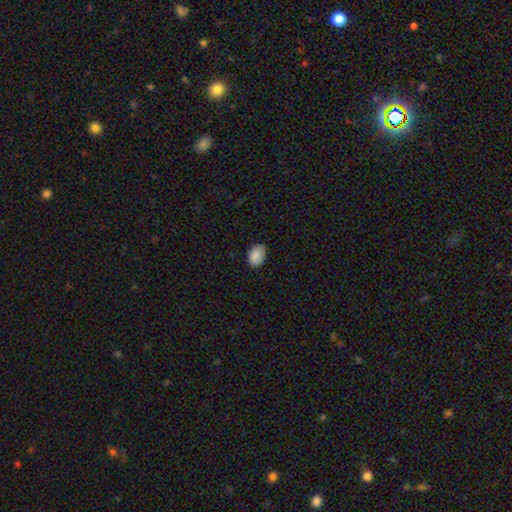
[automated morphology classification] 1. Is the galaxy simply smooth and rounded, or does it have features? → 88% smooth, 7% star or artifact, 5% featured or disk.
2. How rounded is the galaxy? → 83% in between, 16% round, 1% cigar-shaped.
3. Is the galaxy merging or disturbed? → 76% none, 20% minor disturbance, 3% major disturbance, 1% merger.